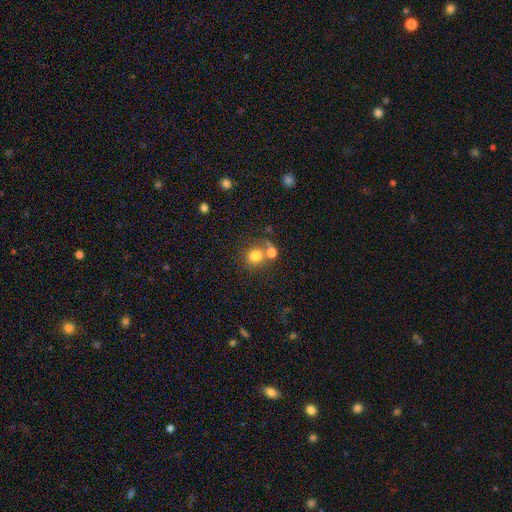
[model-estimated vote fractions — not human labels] Smooth or featured? Predicted: smooth (p=0.77). How rounded? Predicted: round (p=0.85). Merging? Predicted: none (p=0.50).